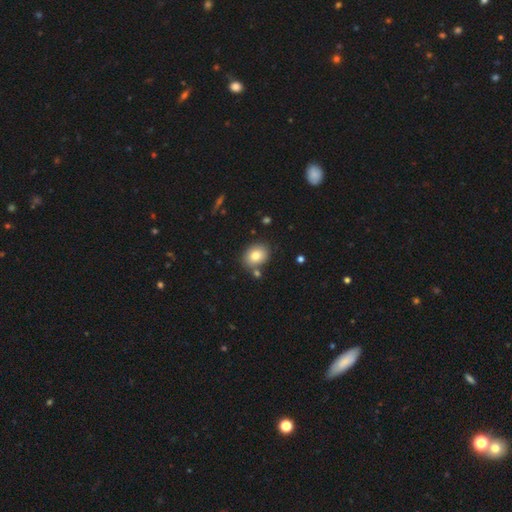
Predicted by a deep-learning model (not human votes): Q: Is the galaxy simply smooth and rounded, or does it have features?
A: smooth — 80%.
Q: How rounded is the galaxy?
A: in between — 53%.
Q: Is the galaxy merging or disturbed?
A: none — 77%.